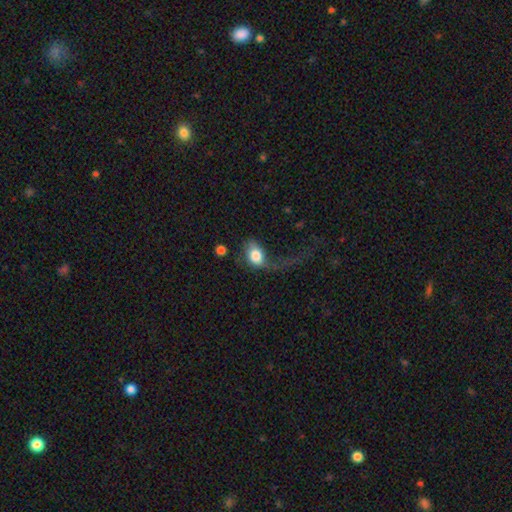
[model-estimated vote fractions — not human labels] smooth-or-featured: smooth: 74% | featured or disk: 19% | star or artifact: 7%
  how-rounded: in between: 74% | round: 24% | cigar-shaped: 2%
  merging: major disturbance: 57% | none: 21% | minor disturbance: 17% | merger: 6%